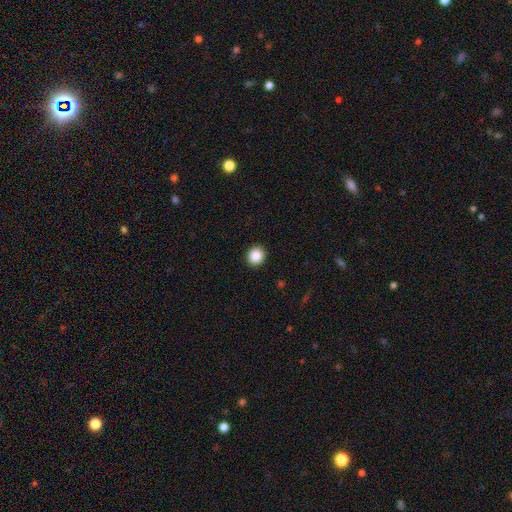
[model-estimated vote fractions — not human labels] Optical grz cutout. It shows a smooth galaxy with no disk features (87%) that is round (87%). Merging: none (92%).